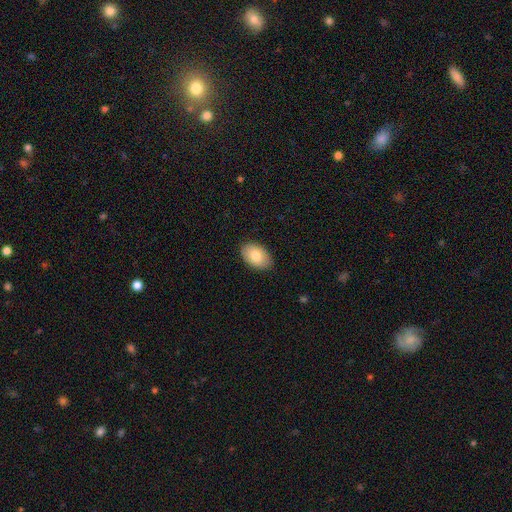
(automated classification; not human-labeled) This appears to be a smooth galaxy with no disk features (81%) that is in between round and cigar-shaped (92%). Merging: none (86%).